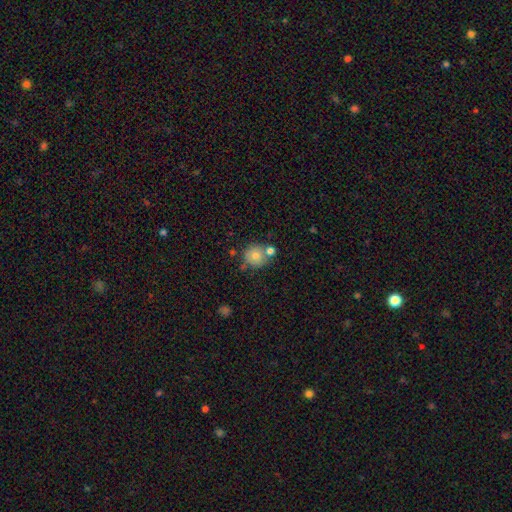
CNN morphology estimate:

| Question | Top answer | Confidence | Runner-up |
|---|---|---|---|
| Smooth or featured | smooth | 76% | featured or disk (14%) |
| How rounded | round | 88% | in between (11%) |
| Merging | none | 62% | merger (23%) |